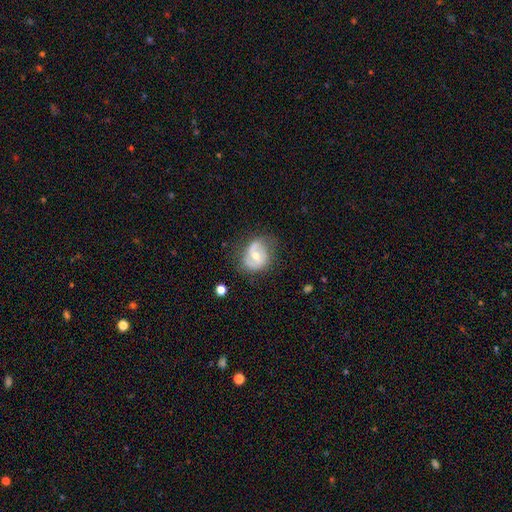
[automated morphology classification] This appears to be a featured or disk galaxy (64%) with no bar (48%), spiral arms (75%) and a moderate central bulge (69%). Merging: none (61%).